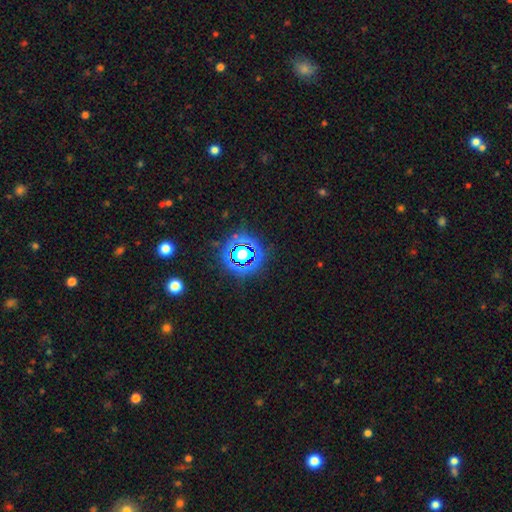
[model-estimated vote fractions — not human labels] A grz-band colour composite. It shows a star or artifact, not a galaxy (81%).